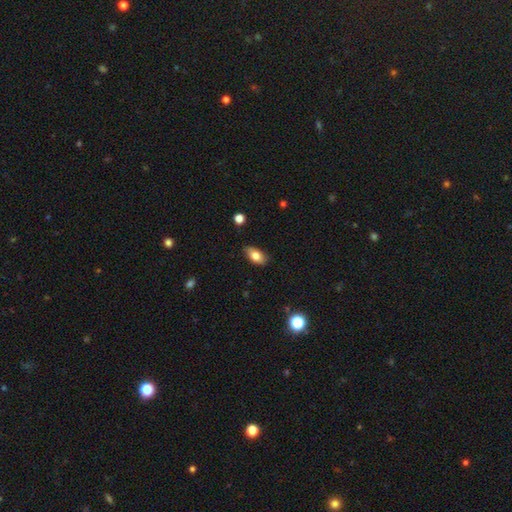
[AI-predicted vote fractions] smooth-or-featured: smooth: 79% | featured or disk: 13% | star or artifact: 8%
  how-rounded: in between: 90% | round: 5% | cigar-shaped: 5%
  merging: none: 83% | minor disturbance: 14% | major disturbance: 2% | merger: 1%